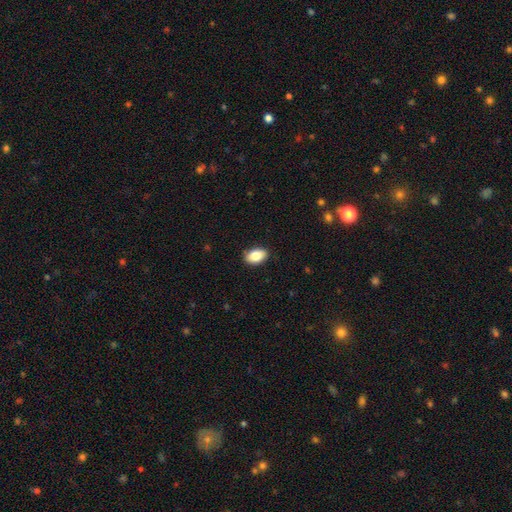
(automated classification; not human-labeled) smooth-or-featured: smooth: 83% | featured or disk: 10% | star or artifact: 7%
  how-rounded: in between: 90% | round: 8% | cigar-shaped: 2%
  merging: none: 88% | minor disturbance: 9% | major disturbance: 2% | merger: 1%